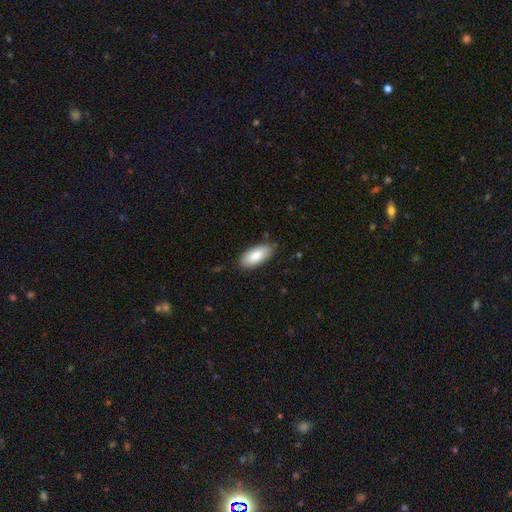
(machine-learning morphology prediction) Smooth or featured: smooth — 85% (featured or disk — 9%)
How rounded: in between — 89% (cigar-shaped — 10%)
Merging: none — 83% (minor disturbance — 14%)